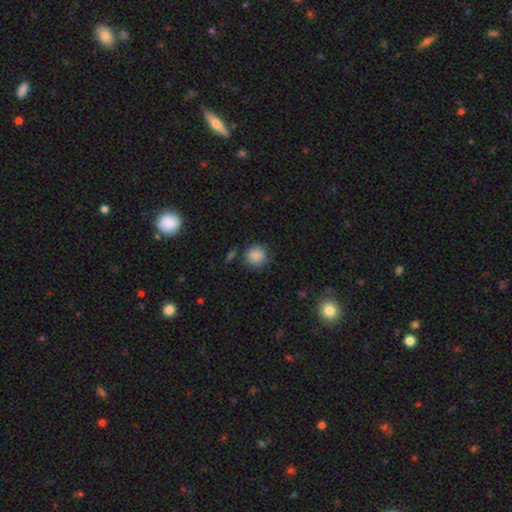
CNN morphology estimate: The model was most divided on "merging": none: 83%, minor disturbance: 11%, merger: 3%, major disturbance: 3%. More confident: how rounded — round (93%); smooth or featured — smooth (87%).